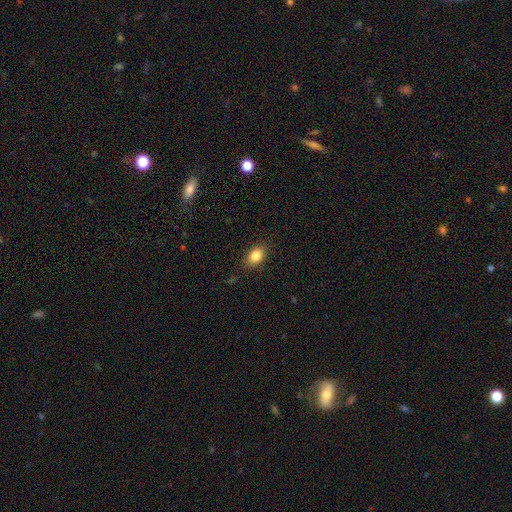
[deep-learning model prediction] Smooth or featured: smooth — 85% (star or artifact — 9%)
How rounded: in between — 80% (round — 18%)
Merging: none — 85% (minor disturbance — 11%)